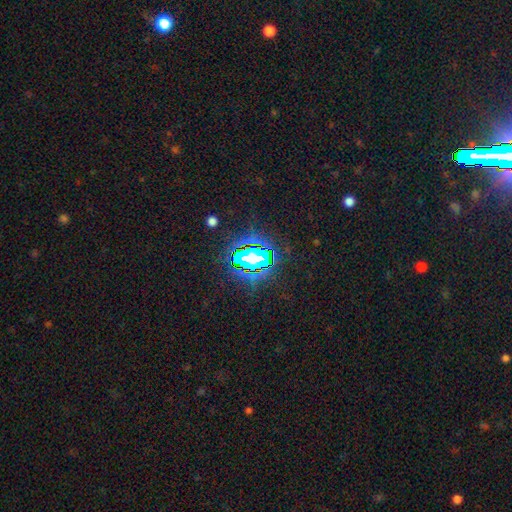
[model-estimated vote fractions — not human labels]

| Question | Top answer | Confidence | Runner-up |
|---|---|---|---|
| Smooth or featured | star or artifact | 70% | smooth (18%) |